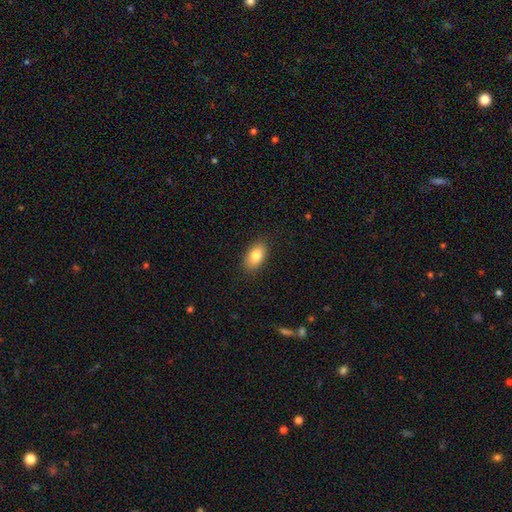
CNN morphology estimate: smooth_or_featured: smooth (p=0.82) [alt: featured or disk p=0.10]
how_rounded: in between (p=0.90) [alt: round p=0.07]
merging: none (p=0.87) [alt: minor disturbance p=0.09]